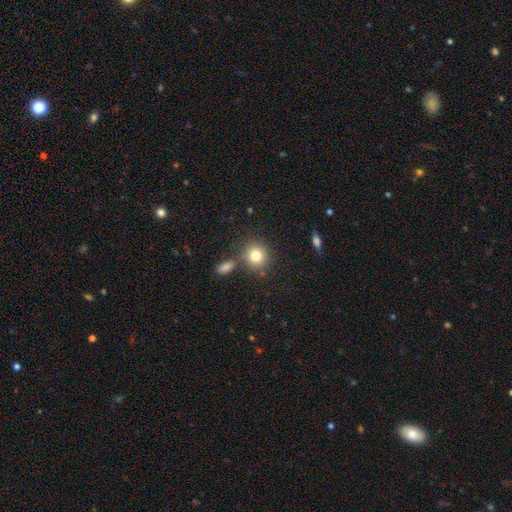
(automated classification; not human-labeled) A smooth galaxy with no disk features (81%) that is round (84%). Merging: none (74%).